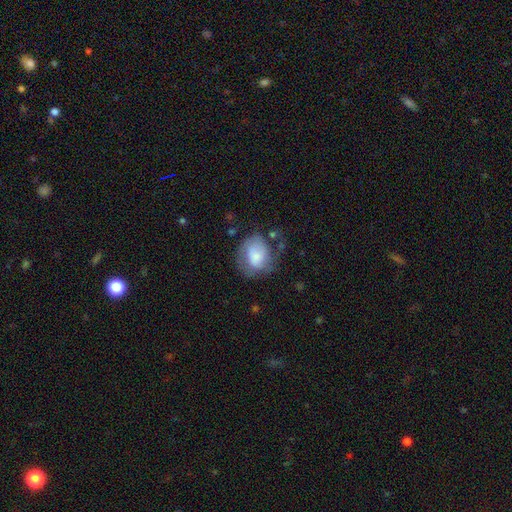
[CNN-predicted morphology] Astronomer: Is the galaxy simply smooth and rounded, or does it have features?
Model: smooth — 64%.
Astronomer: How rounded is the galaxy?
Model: round — 50% (runner-up: in between, 49%).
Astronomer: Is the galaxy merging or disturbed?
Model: none — 42% (runner-up: minor disturbance, 29%).